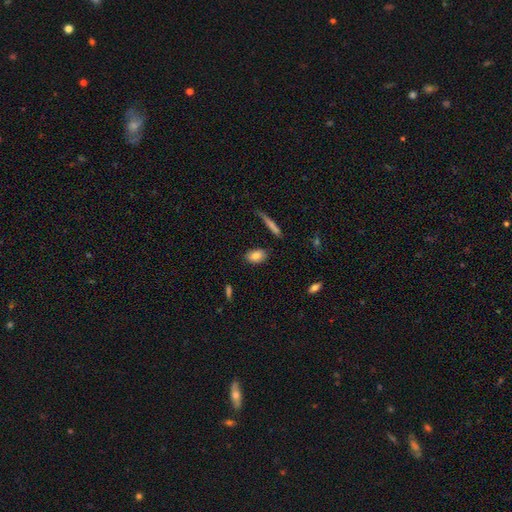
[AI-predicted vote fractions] Morphology: type=smooth (83%); roundness=in between (86%); merging=none (85%).